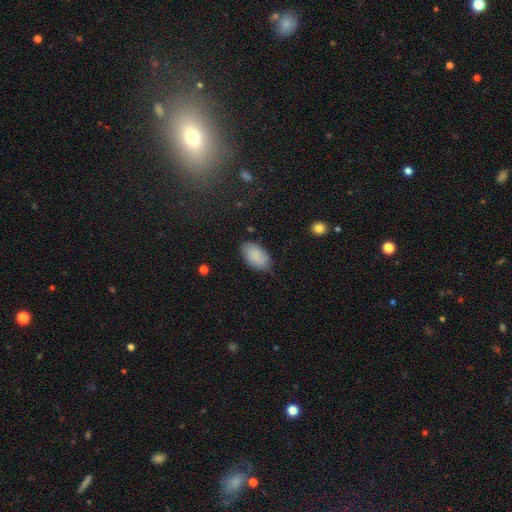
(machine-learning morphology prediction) smooth_or_featured: smooth (p=0.83) [alt: featured or disk p=0.10]
how_rounded: in between (p=0.94) [alt: round p=0.04]
merging: none (p=0.76) [alt: minor disturbance p=0.18]